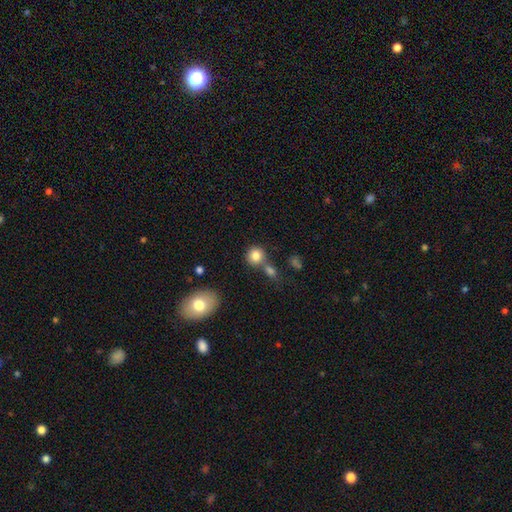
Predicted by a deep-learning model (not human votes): Morphology: type=smooth (82%); roundness=round (87%); merging=none (61%).